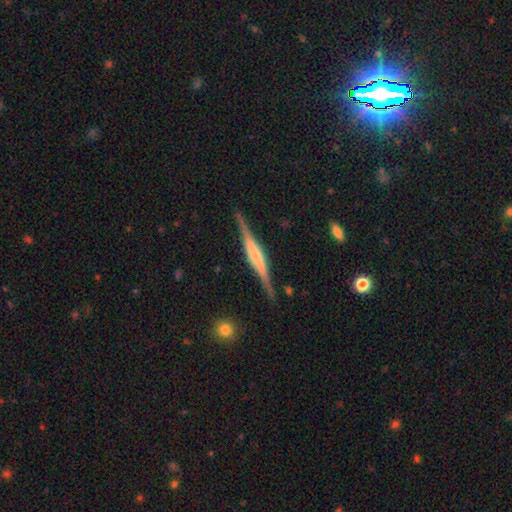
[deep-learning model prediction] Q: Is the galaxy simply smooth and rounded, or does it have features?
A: featured or disk — 77%.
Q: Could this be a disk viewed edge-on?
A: yes — 98%.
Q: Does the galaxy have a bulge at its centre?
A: rounded — 47%.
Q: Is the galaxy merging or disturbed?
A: none — 86%.